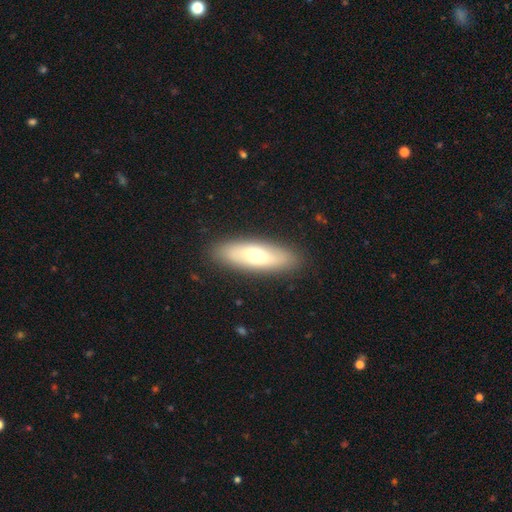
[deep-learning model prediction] Overall: smooth (57%; featured or disk 37%). How rounded: in between (55%; cigar-shaped 43%). Merging: none (89%).